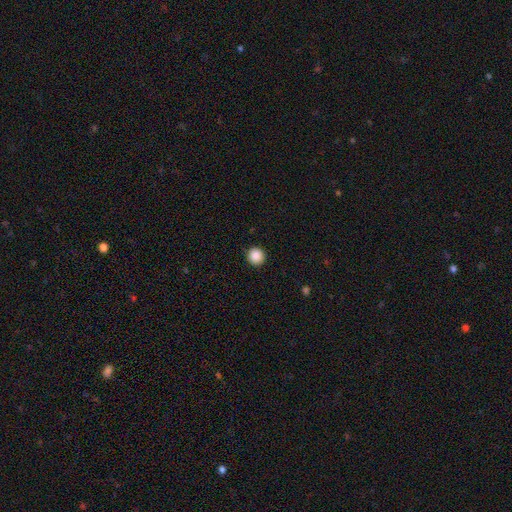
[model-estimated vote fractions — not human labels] Overall: smooth (88%). How rounded: round (94%). Merging: none (92%).